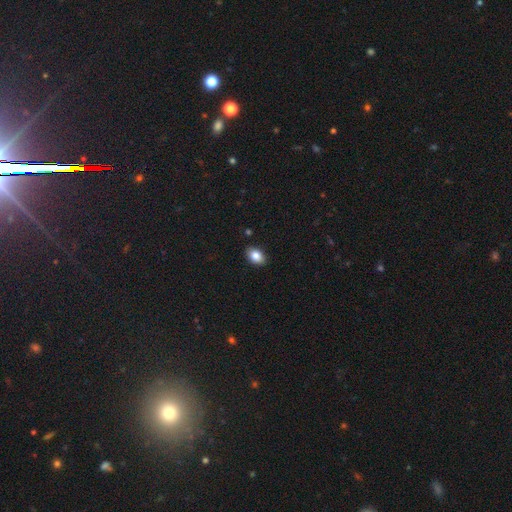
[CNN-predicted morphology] A smooth galaxy with no disk features (85%) that is in between round and cigar-shaped (86%).

Vote fractions:
- Smooth or featured? smooth: 85% / star or artifact: 8% / featured or disk: 8%
- How rounded? in between: 86% / round: 13% / cigar-shaped: 1%
- Merging? none: 88% / minor disturbance: 9% / major disturbance: 2% / merger: 1%